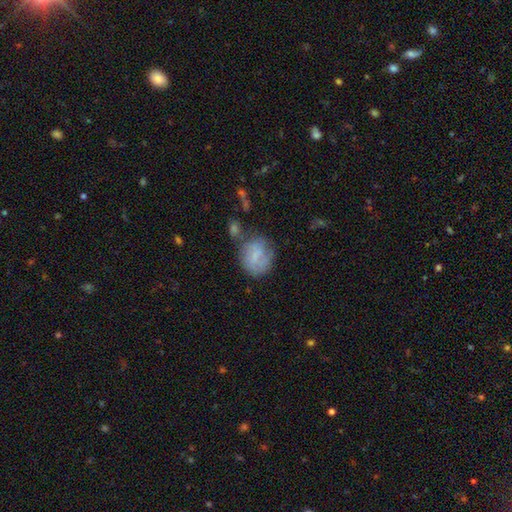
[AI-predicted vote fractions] A smooth galaxy with no disk features (62%) that is round (56%).

Vote fractions:
- Smooth or featured? smooth: 62% / featured or disk: 29% / star or artifact: 9%
- How rounded? round: 56% / in between: 42% / cigar-shaped: 1%
- Merging? none: 50% / minor disturbance: 26% / major disturbance: 13% / merger: 11%